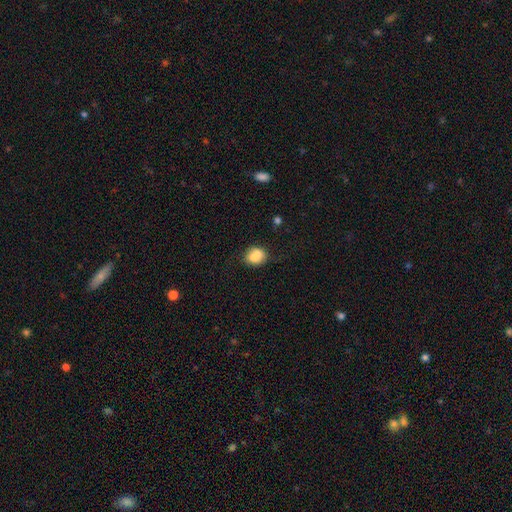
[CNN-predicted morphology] smooth_or_featured: smooth (p=0.76) [alt: featured or disk p=0.15]
how_rounded: round (p=0.57) [alt: in between p=0.42]
merging: none (p=0.46) [alt: merger p=0.29]